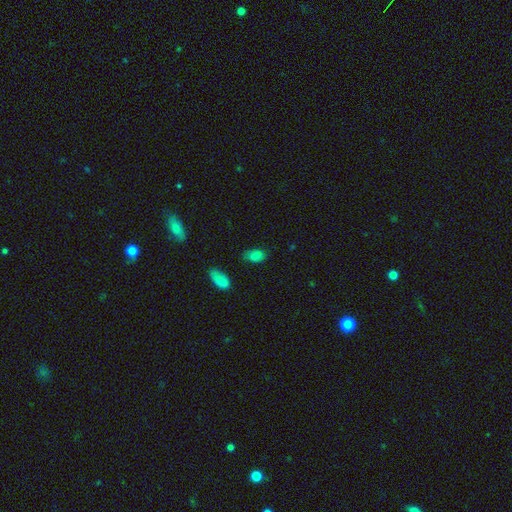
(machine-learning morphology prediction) A smooth galaxy with no disk features (83%) that is in between round and cigar-shaped (91%).

Vote fractions:
- Smooth or featured? smooth: 83% / star or artifact: 12% / featured or disk: 6%
- How rounded? in between: 91% / round: 7% / cigar-shaped: 2%
- Merging? none: 71% / minor disturbance: 20% / major disturbance: 5% / merger: 4%